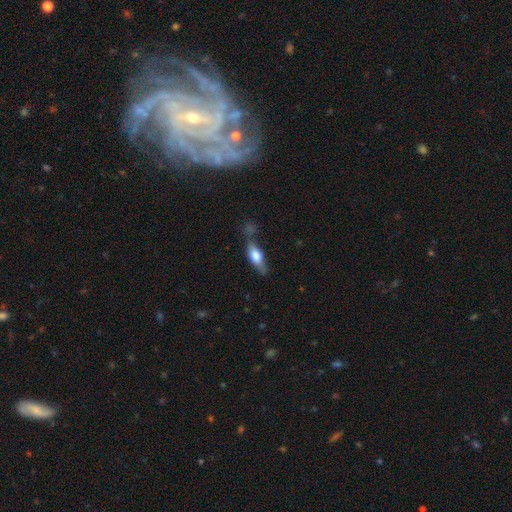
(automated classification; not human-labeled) Smooth or featured: smooth — 57% (featured or disk — 36%)
How rounded: in between — 60% (cigar-shaped — 36%)
Merging: none — 51% (minor disturbance — 25%)